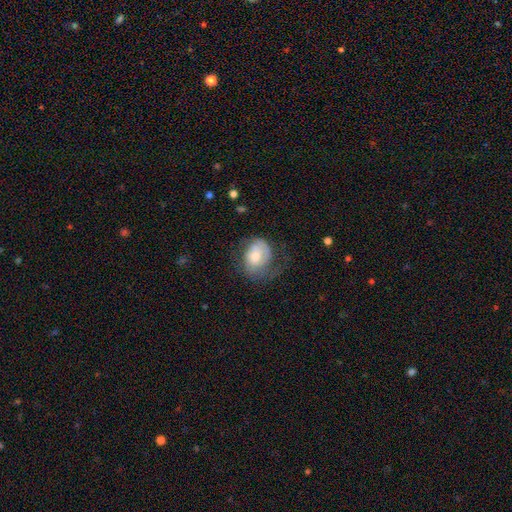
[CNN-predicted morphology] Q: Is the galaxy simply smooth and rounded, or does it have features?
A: featured or disk — 53%.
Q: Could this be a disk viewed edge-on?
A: no — 97%.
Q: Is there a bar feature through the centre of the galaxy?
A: no — 68%.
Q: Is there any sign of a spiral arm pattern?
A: yes — 77%.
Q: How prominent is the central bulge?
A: moderate — 51%.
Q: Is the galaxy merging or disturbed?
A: none — 43%.